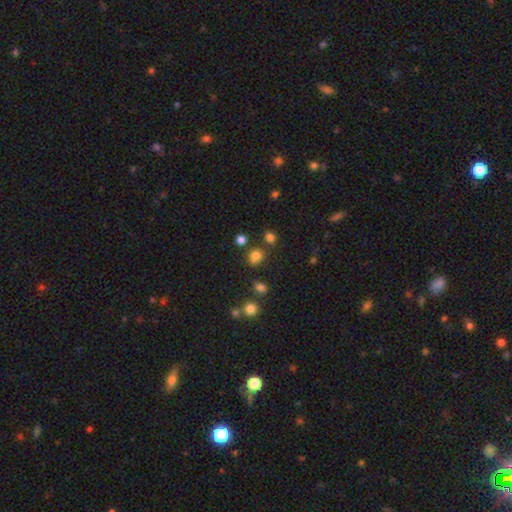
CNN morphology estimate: Smooth or featured: smooth — 74% (star or artifact — 19%)
How rounded: round — 76% (in between — 23%)
Merging: none — 70% (merger — 13%)